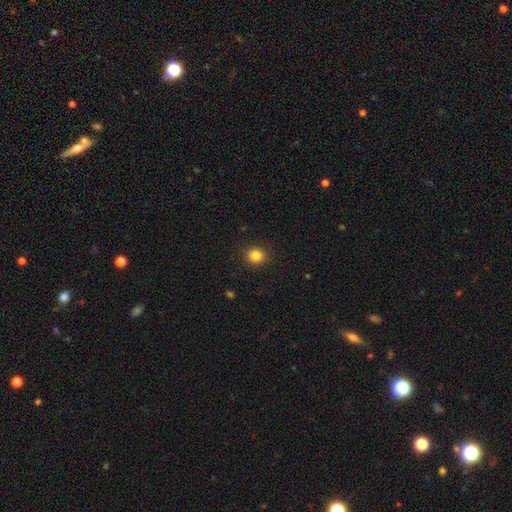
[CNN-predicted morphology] A smooth galaxy with no disk features (84%) that is round (83%).

Vote fractions:
- Smooth or featured? smooth: 84% / star or artifact: 11% / featured or disk: 4%
- How rounded? round: 83% / in between: 16% / cigar-shaped: 1%
- Merging? none: 91% / minor disturbance: 6% / major disturbance: 2% / merger: 1%